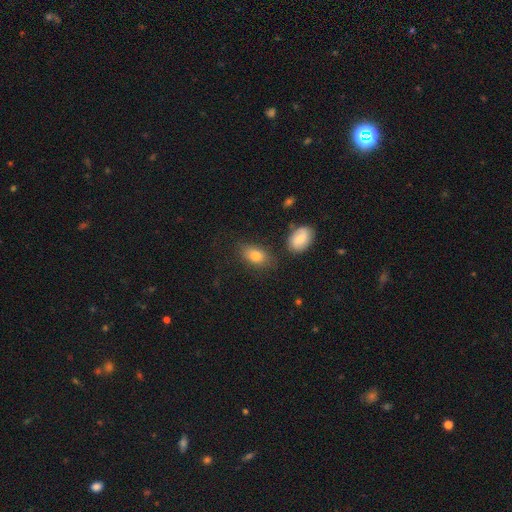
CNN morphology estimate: A smooth galaxy with no disk features (81%) that is in between round and cigar-shaped (85%).

Vote fractions:
- Smooth or featured? smooth: 81% / featured or disk: 10% / star or artifact: 9%
- How rounded? in between: 85% / round: 13% / cigar-shaped: 2%
- Merging? none: 74% / minor disturbance: 16% / merger: 6% / major disturbance: 5%